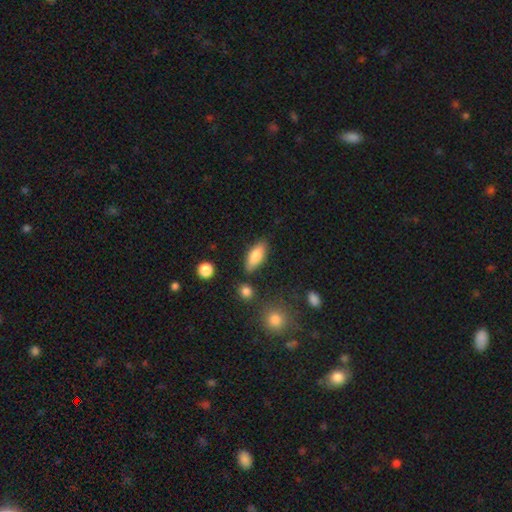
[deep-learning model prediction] The model was most divided on "how rounded": in between: 74%, cigar-shaped: 23%, round: 3%. More confident: merging — none (80%); smooth or featured — smooth (78%).